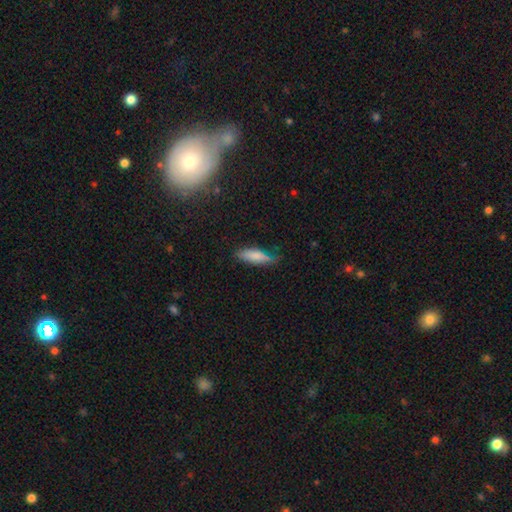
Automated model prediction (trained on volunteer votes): Smooth or featured?
  - smooth: 78% *
  - featured or disk: 15%
  - star or artifact: 7%
How rounded?
  - cigar-shaped: 53% *
  - in between: 45%
  - round: 2%
Merging?
  - none: 64% *
  - minor disturbance: 28%
  - major disturbance: 6%
  - merger: 2%